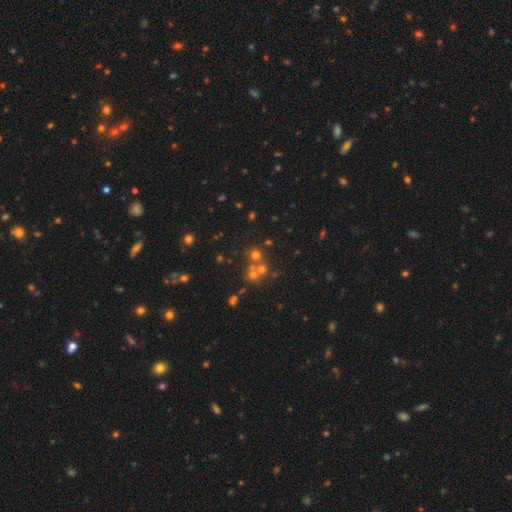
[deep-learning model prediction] Smooth or featured: smooth — 46% (star or artifact — 35%)
Merging: none — 53% (merger — 35%)